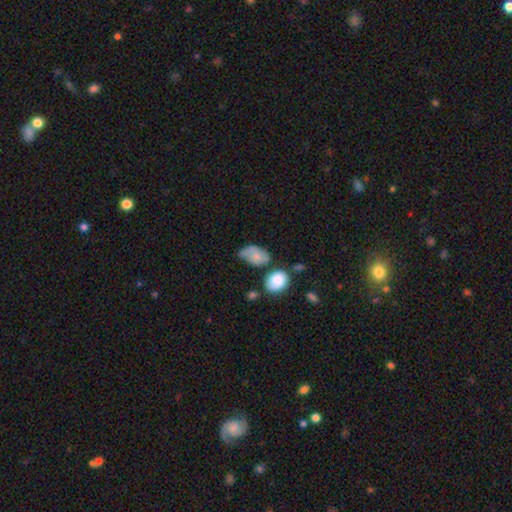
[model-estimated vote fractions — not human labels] smooth-or-featured: smooth: 69% | featured or disk: 22% | star or artifact: 8%
  how-rounded: in between: 82% | round: 17% | cigar-shaped: 1%
  merging: minor disturbance: 38% | none: 31% | major disturbance: 19% | merger: 12%